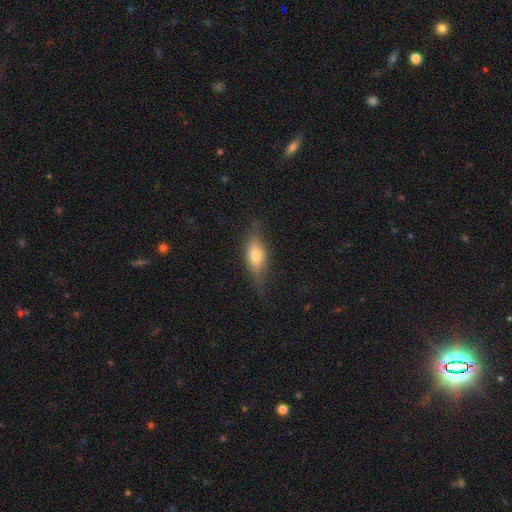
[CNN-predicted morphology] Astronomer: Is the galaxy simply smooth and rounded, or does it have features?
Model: smooth — 58%.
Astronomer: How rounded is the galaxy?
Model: in between — 71%.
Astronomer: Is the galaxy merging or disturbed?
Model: none — 68%.